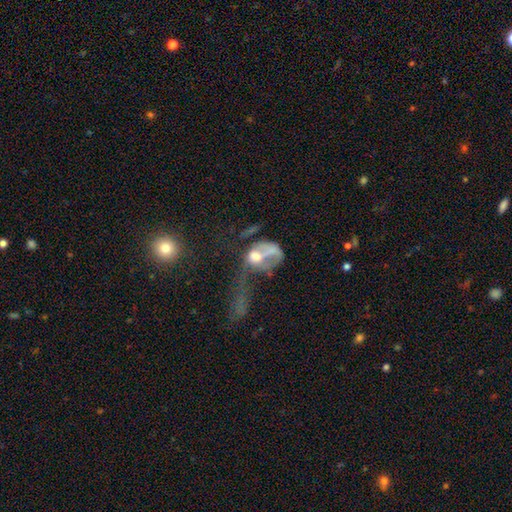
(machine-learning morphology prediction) Smooth or featured: featured or disk — 51% (smooth — 34%)
Edge-on disk: no — 94% (yes — 6%)
Merging: major disturbance — 53% (merger — 27%)